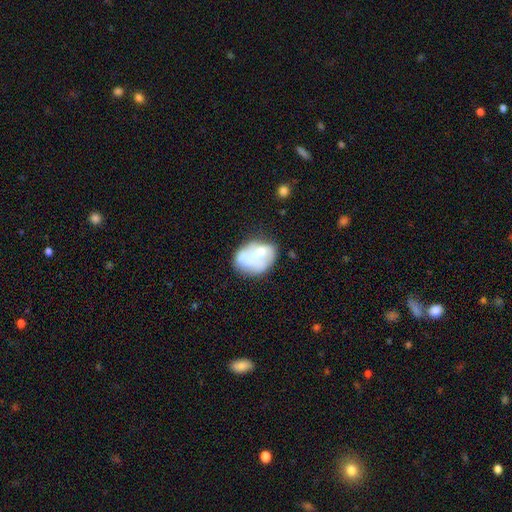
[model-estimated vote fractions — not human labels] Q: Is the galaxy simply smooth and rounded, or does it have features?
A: smooth — 47%.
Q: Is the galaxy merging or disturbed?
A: none — 38%.